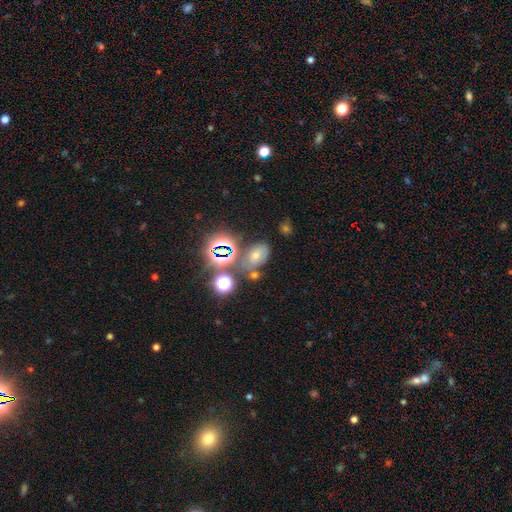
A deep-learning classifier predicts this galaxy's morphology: A smooth galaxy with no disk features (50%). Merging: none (60%).